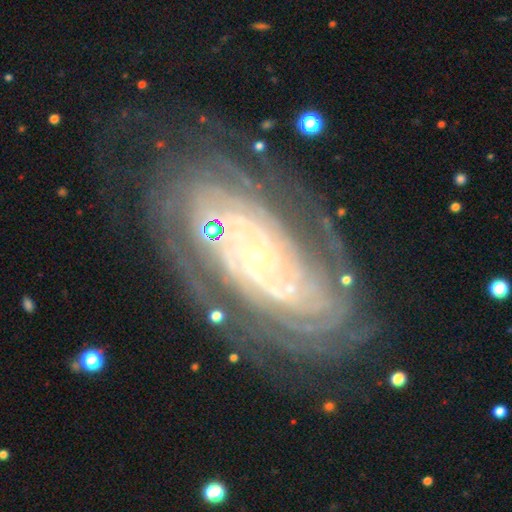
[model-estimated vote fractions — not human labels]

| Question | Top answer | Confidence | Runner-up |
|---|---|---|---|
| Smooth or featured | featured or disk | 89% | star or artifact (6%) |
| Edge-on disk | no | 95% | yes (5%) |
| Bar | no | 71% | weak (20%) |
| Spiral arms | yes | 97% | no (3%) |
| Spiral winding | tight | 79% | medium (17%) |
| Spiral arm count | can't tell | 27% | 2 (19%) |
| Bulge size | small | 84% | moderate (10%) |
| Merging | none | 73% | minor disturbance (17%) |